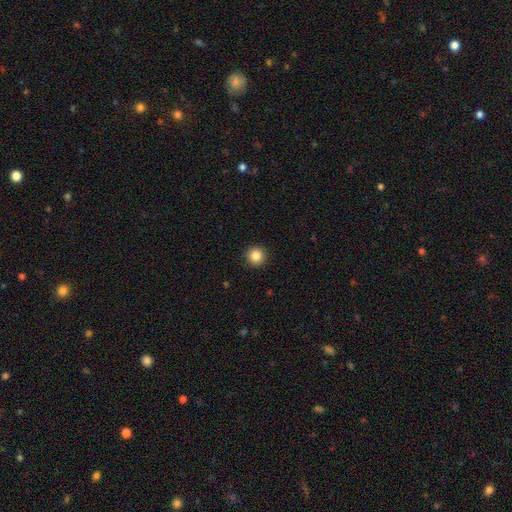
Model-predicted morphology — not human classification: smooth_or_featured: smooth (p=0.85) [alt: star or artifact p=0.10]
how_rounded: round (p=0.96) [alt: in between p=0.03]
merging: none (p=0.93) [alt: minor disturbance p=0.05]